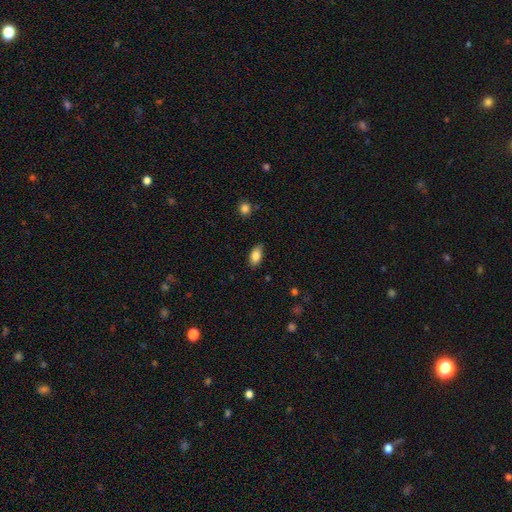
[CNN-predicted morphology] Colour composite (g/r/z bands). It shows a smooth galaxy with no disk features (83%) that is in between round and cigar-shaped (90%). Merging: none (80%).